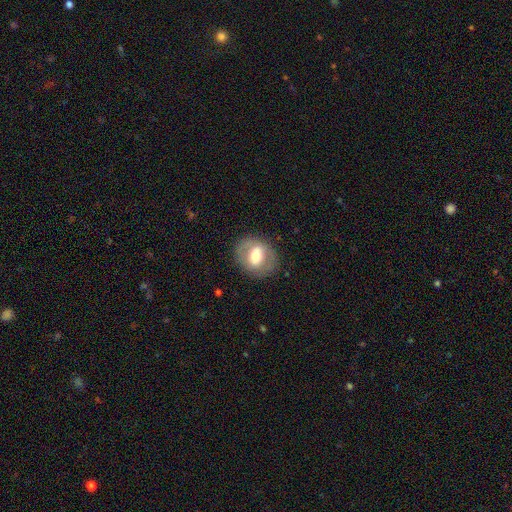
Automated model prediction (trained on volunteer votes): Q: Smooth or featured?
A: featured or disk (48%); runner-up: smooth (45%)
Q: Merging?
A: none (81%); runner-up: minor disturbance (12%)